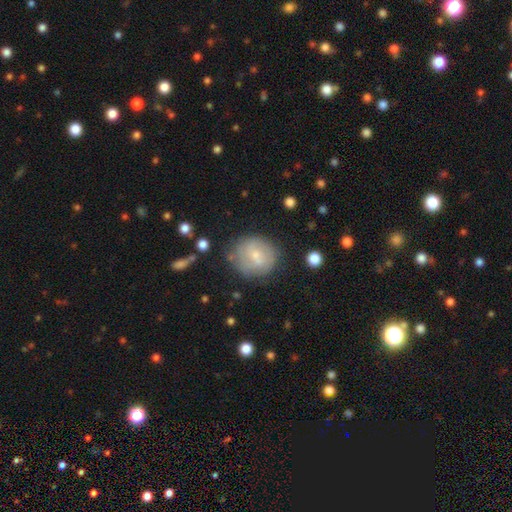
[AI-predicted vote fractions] This appears to be a smooth galaxy with no disk features (56%) that is round (81%). Merging: none (70%).